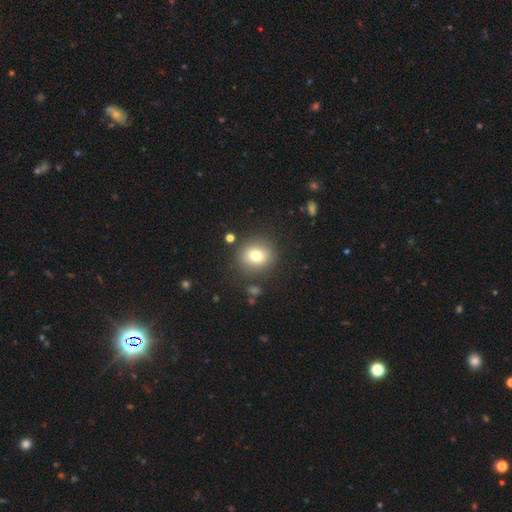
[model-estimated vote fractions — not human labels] Smooth or featured?
  - smooth: 73% *
  - featured or disk: 15%
  - star or artifact: 12%
How rounded?
  - round: 84% *
  - in between: 15%
  - cigar-shaped: 1%
Merging?
  - none: 85% *
  - minor disturbance: 9%
  - major disturbance: 4%
  - merger: 3%